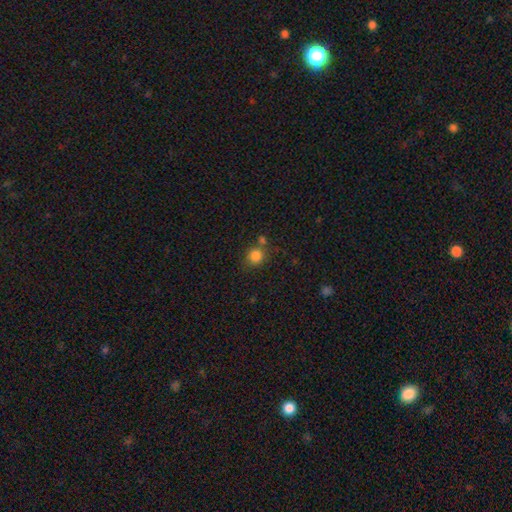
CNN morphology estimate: smooth-or-featured: smooth: 83% | star or artifact: 12% | featured or disk: 5%
  how-rounded: round: 86% | in between: 13% | cigar-shaped: 1%
  merging: none: 65% | merger: 19% | minor disturbance: 12% | major disturbance: 4%